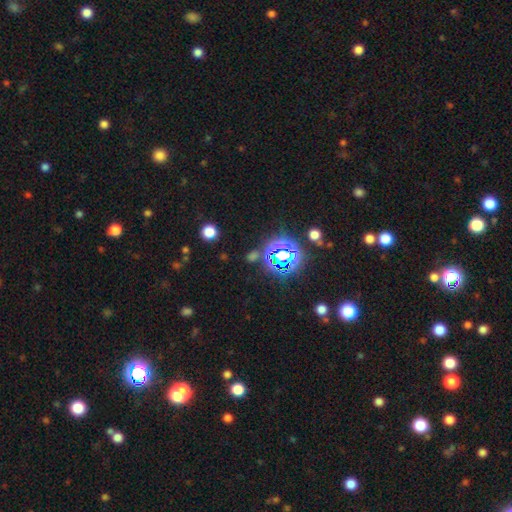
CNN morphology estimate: smooth-or-featured: star or artifact: 71% | smooth: 21% | featured or disk: 8%